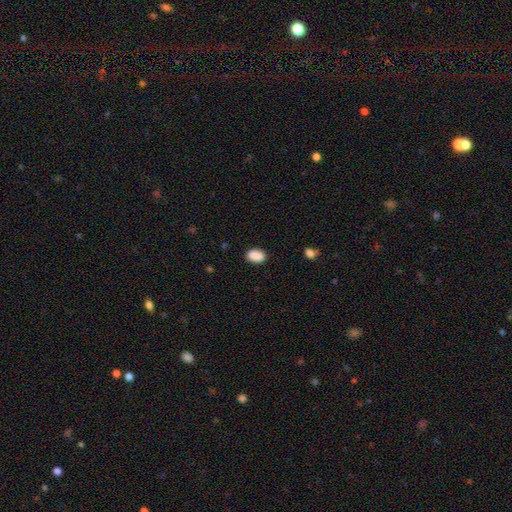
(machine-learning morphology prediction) type=smooth (89%); roundness=in between (87%); merging=none (83%).